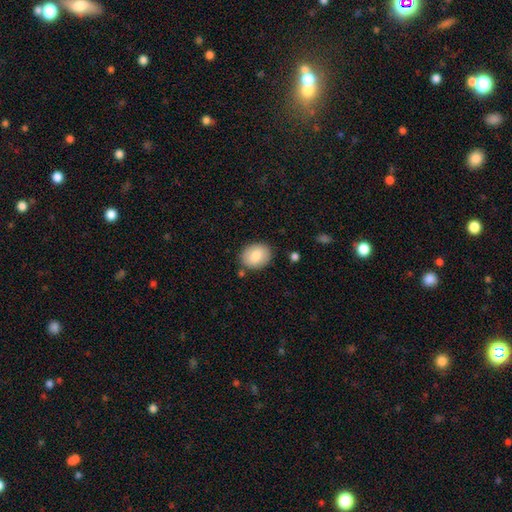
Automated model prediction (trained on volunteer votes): Q: Smooth or featured?
A: smooth (82%); runner-up: featured or disk (11%)
Q: How rounded?
A: in between (54%); runner-up: round (45%)
Q: Merging?
A: none (84%); runner-up: minor disturbance (10%)